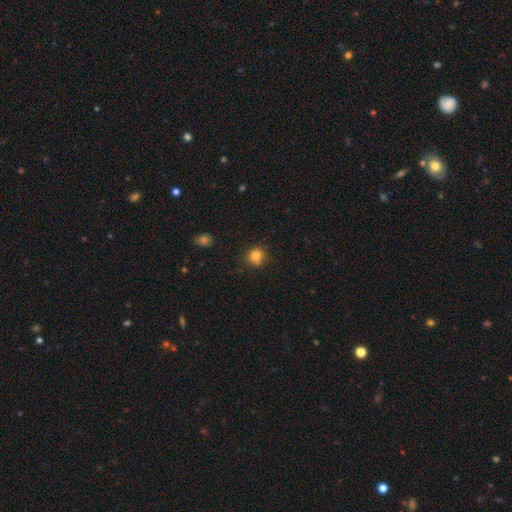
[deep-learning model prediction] Smooth or featured?
  - smooth: 83% *
  - star or artifact: 12%
  - featured or disk: 6%
How rounded?
  - round: 89% *
  - in between: 10%
  - cigar-shaped: 1%
Merging?
  - none: 84% *
  - minor disturbance: 11%
  - major disturbance: 2%
  - merger: 2%